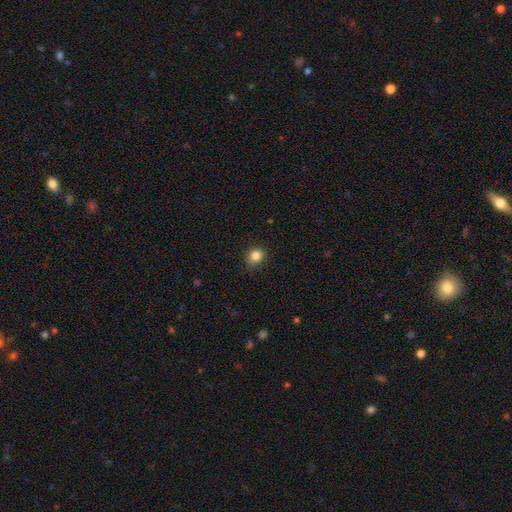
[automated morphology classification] smooth_or_featured: smooth (p=0.84) [alt: star or artifact p=0.11]
how_rounded: round (p=0.81) [alt: in between p=0.18]
merging: none (p=0.82) [alt: minor disturbance p=0.14]